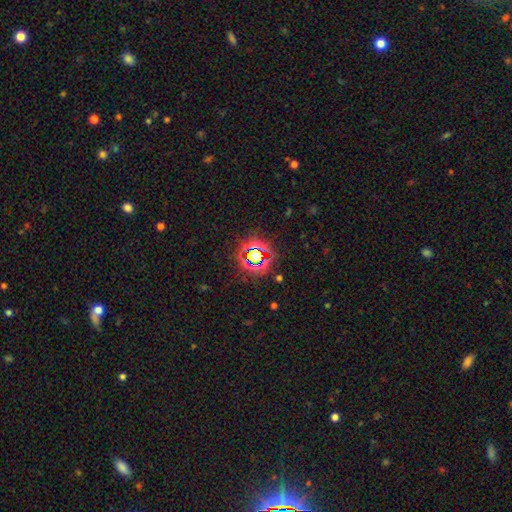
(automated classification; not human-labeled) smooth_or_featured: star or artifact (p=0.71) [alt: smooth p=0.19]